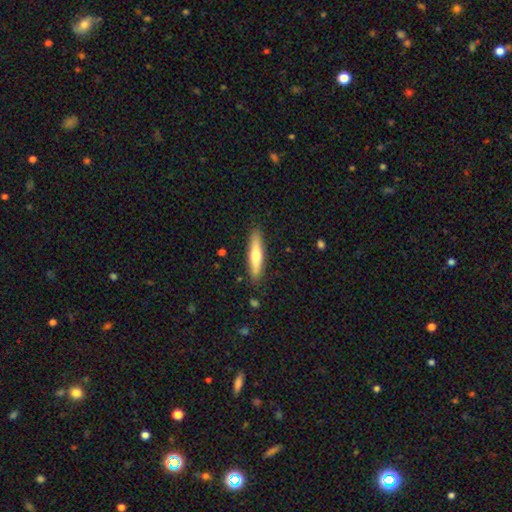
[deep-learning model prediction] Smooth or featured: smooth — 58% (featured or disk — 36%)
How rounded: cigar-shaped — 83% (in between — 16%)
Merging: none — 87% (minor disturbance — 10%)